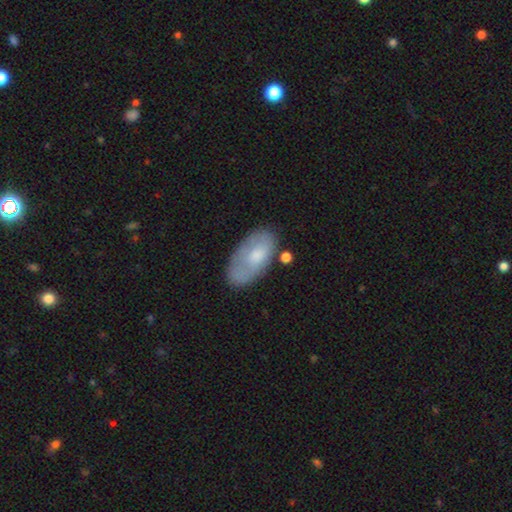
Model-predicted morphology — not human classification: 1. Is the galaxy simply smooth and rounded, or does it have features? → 63% smooth, 31% featured or disk, 6% star or artifact.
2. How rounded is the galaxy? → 94% in between, 3% round, 3% cigar-shaped.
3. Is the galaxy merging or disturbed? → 60% none, 25% minor disturbance, 9% major disturbance, 6% merger.